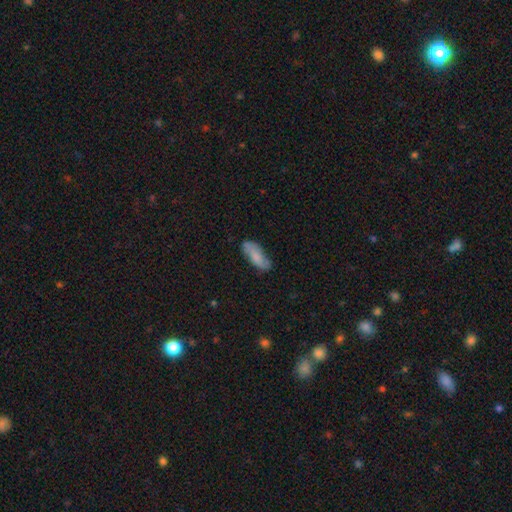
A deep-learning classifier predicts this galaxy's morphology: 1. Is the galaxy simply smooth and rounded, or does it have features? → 71% smooth, 23% featured or disk, 7% star or artifact.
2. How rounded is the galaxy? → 72% in between, 26% cigar-shaped, 2% round.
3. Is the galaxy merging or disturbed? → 71% none, 22% minor disturbance, 5% major disturbance, 2% merger.